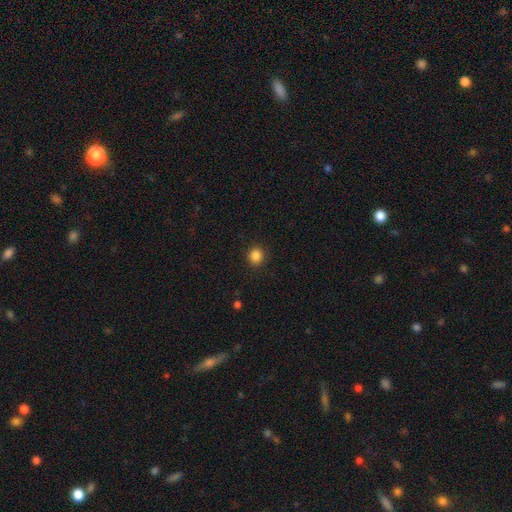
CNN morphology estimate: This is clearly a smooth galaxy (86%). How rounded: clearly round (89%). Merging: clearly none (91%).